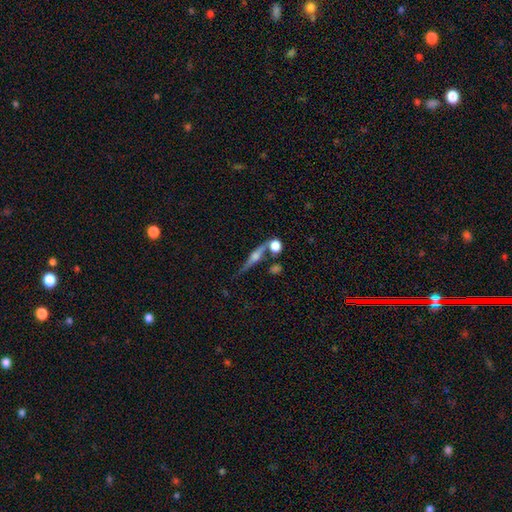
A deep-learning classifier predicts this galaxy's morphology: A featured or disk galaxy (74%) viewed edge-on (94%) with a rounded central bulge (90%). Merging: none (71%).